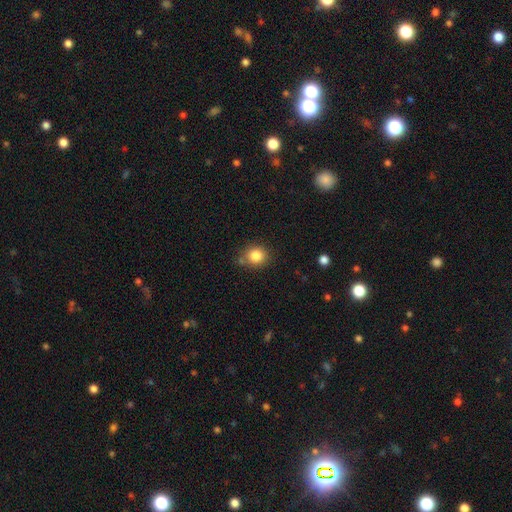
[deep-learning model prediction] A smooth galaxy with no disk features (84%) that is round (78%).

Vote fractions:
- Smooth or featured? smooth: 84% / star or artifact: 10% / featured or disk: 6%
- How rounded? round: 78% / in between: 21% / cigar-shaped: 1%
- Merging? none: 72% / minor disturbance: 17% / merger: 7% / major disturbance: 4%